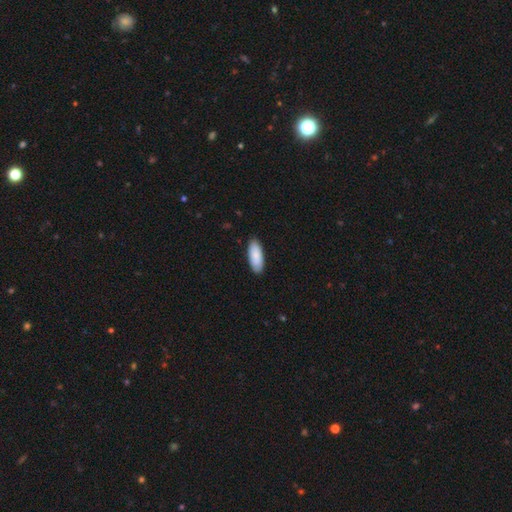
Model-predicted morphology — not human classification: smooth 86%, featured or disk 9%, star or artifact 5%. Down the decision tree: how rounded — in between (80%); merging — none (87%).